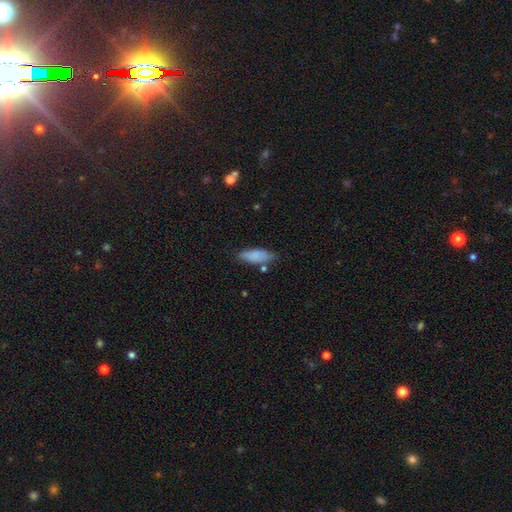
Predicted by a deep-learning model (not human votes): Morphology: type=smooth (84%); roundness=in between (68%); merging=none (74%).